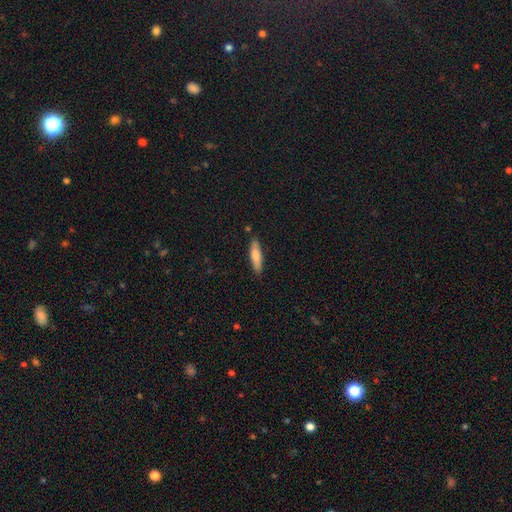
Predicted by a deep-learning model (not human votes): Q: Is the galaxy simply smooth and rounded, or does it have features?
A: smooth — 78%.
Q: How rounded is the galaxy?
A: cigar-shaped — 71%.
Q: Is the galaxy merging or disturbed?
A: none — 84%.